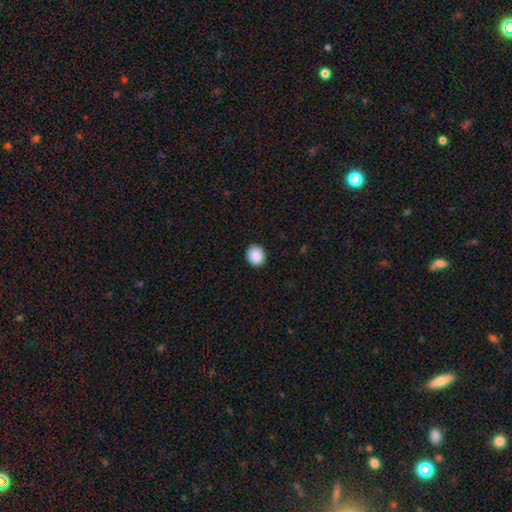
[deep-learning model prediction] A smooth galaxy with no disk features (90%) that is round (71%). Merging: none (91%).